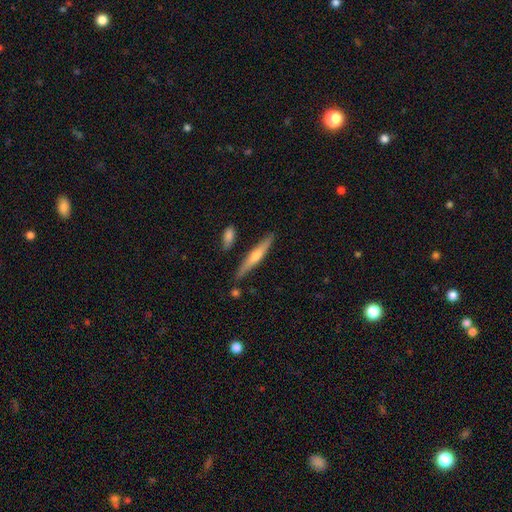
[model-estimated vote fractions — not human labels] Overall: featured or disk (58%; smooth 36%). Edge-on disk: yes (96%). Edge-on bulge: rounded (81%). Merging: none (85%).